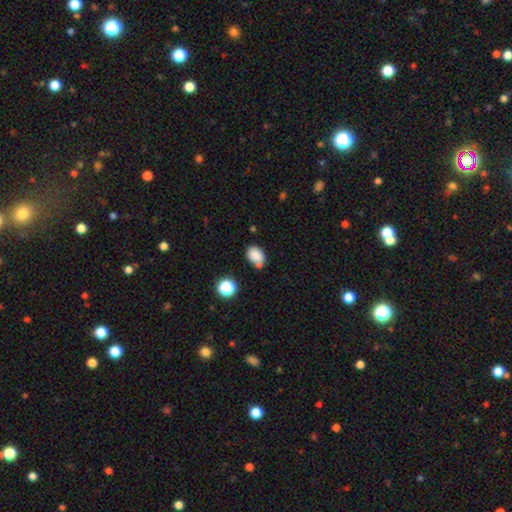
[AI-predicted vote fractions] Smooth or featured? smooth (81%)
How rounded? in between (78%)
Merging? none (58%)